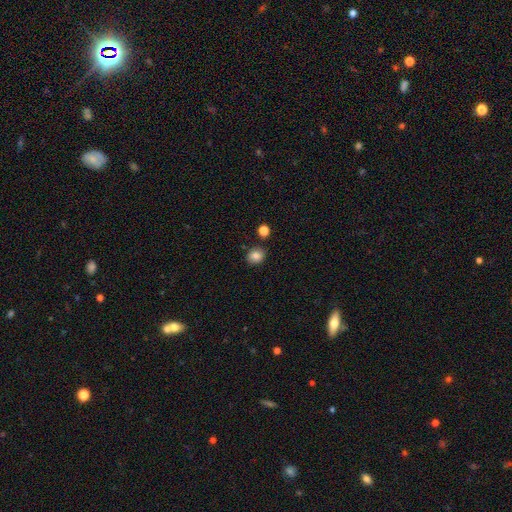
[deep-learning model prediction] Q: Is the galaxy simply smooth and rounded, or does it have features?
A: smooth — 83%.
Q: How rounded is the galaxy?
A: round — 66%.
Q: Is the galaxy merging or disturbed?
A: none — 83%.